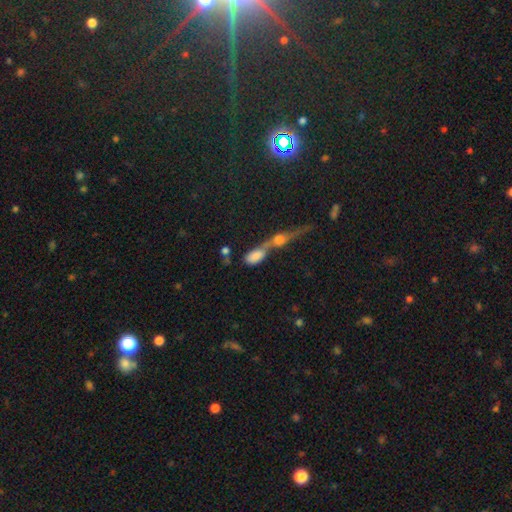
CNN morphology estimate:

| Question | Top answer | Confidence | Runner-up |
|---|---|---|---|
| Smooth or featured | smooth | 72% | featured or disk (18%) |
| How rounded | in between | 82% | cigar-shaped (10%) |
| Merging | merger | 68% | none (17%) |